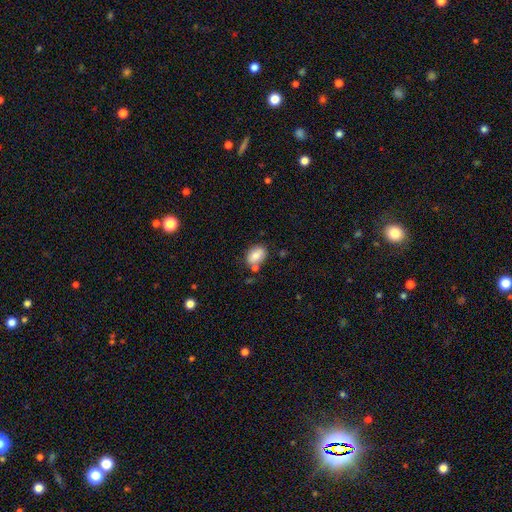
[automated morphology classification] Smooth or featured: smooth — 78% (featured or disk — 14%)
How rounded: in between — 81% (round — 17%)
Merging: none — 66% (minor disturbance — 17%)